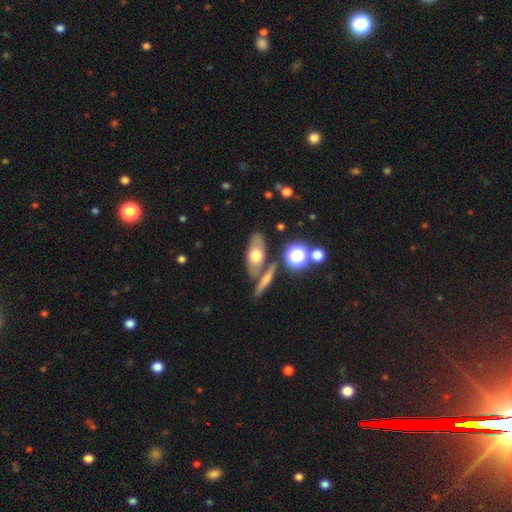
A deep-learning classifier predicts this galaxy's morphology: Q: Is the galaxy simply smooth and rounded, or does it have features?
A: smooth — 53%.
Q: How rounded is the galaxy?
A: in between — 75%.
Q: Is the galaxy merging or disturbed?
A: none — 67%.